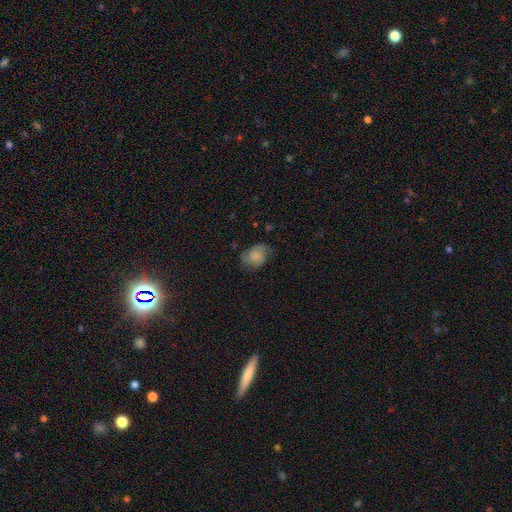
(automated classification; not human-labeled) This is likely a smooth galaxy (65%). How rounded: likely in between (63%). Merging: possibly none (59%).